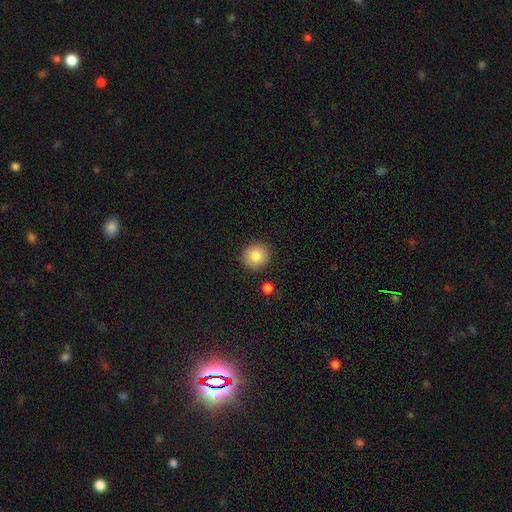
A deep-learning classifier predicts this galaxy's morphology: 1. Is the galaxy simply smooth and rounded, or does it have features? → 85% smooth, 8% star or artifact, 6% featured or disk.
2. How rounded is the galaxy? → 90% round, 9% in between, 1% cigar-shaped.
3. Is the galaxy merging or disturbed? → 88% none, 7% minor disturbance, 2% merger, 2% major disturbance.